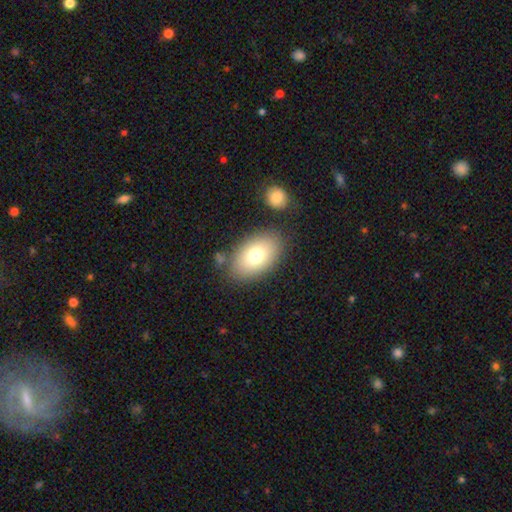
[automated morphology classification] Smooth or featured? smooth (75%)
How rounded? in between (87%)
Merging? none (80%)